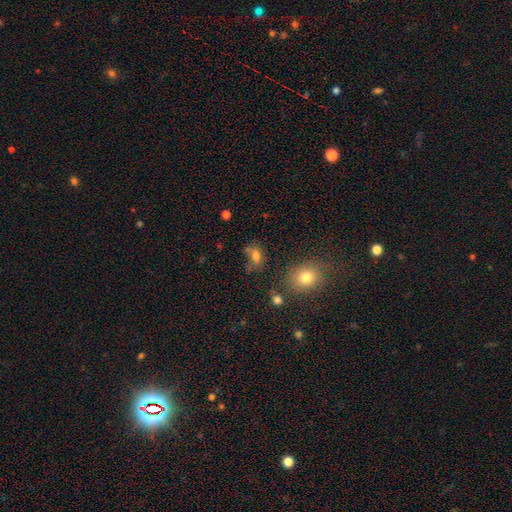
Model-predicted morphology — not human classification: Smooth or featured? smooth (74%)
How rounded? in between (71%)
Merging? none (49%)